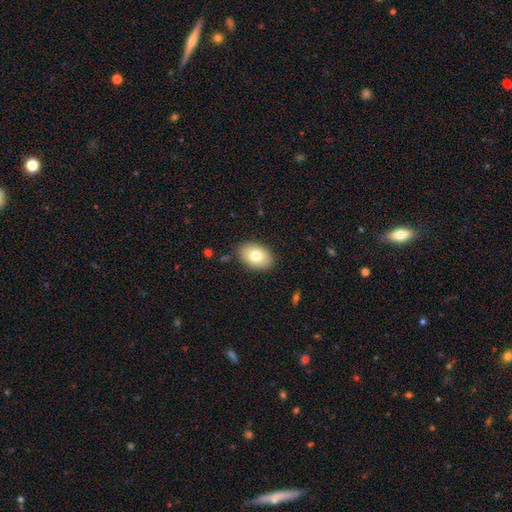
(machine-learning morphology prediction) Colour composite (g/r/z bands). It shows a smooth galaxy with no disk features (78%) that is in between round and cigar-shaped (84%). Merging: none (87%).